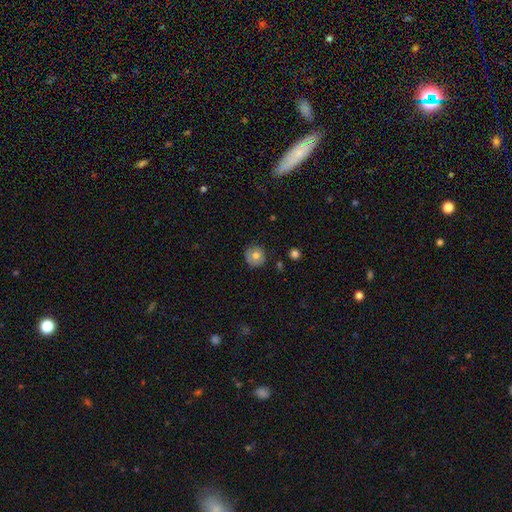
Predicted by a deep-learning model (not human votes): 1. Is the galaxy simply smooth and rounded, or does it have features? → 73% smooth, 19% featured or disk, 9% star or artifact.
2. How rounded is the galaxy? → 91% round, 8% in between, 1% cigar-shaped.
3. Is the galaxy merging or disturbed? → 84% none, 12% minor disturbance, 2% major disturbance, 2% merger.